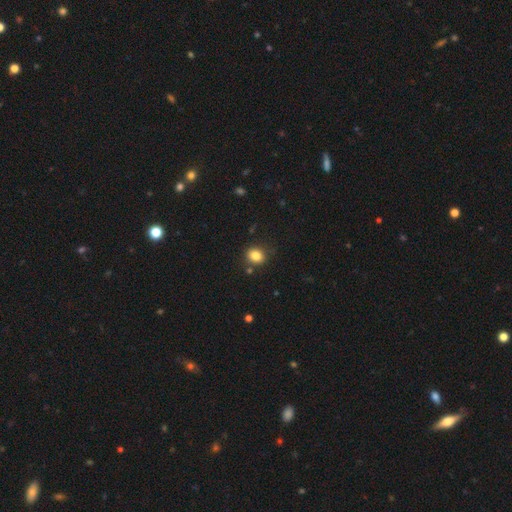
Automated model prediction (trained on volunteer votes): The model was most divided on "how rounded": round: 65%, in between: 35%, cigar-shaped: 1%. More confident: smooth or featured — smooth (83%); merging — none (82%).